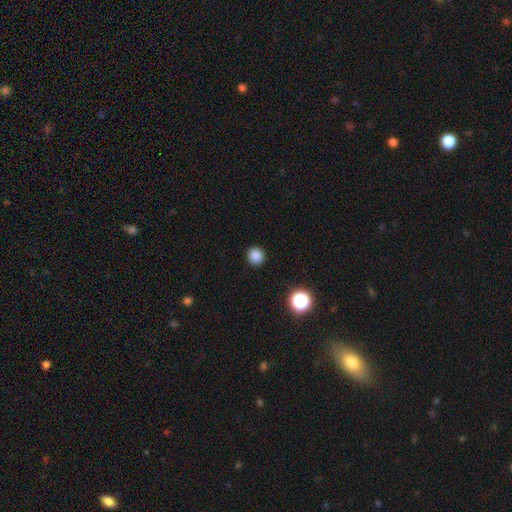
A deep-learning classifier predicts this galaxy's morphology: Smooth or featured? Predicted: smooth (p=0.85). How rounded? Predicted: round (p=0.92). Merging? Predicted: none (p=0.92).